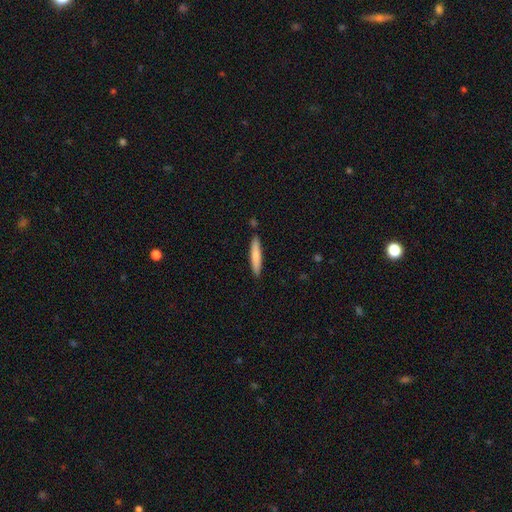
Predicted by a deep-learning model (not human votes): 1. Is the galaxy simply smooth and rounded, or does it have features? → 78% smooth, 17% featured or disk, 5% star or artifact.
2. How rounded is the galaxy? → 91% cigar-shaped, 8% in between, 1% round.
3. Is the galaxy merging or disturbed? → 88% none, 8% minor disturbance, 2% merger, 1% major disturbance.